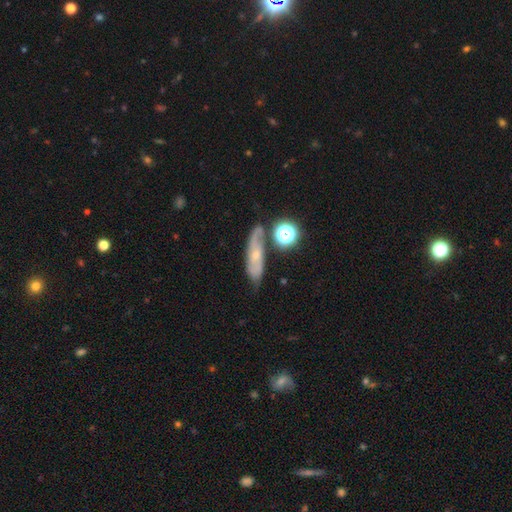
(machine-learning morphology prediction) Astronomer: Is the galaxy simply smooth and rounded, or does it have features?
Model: featured or disk — 56% (runner-up: smooth, 31%).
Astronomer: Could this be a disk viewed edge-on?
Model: no — 75%.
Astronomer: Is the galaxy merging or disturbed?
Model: none — 62%.